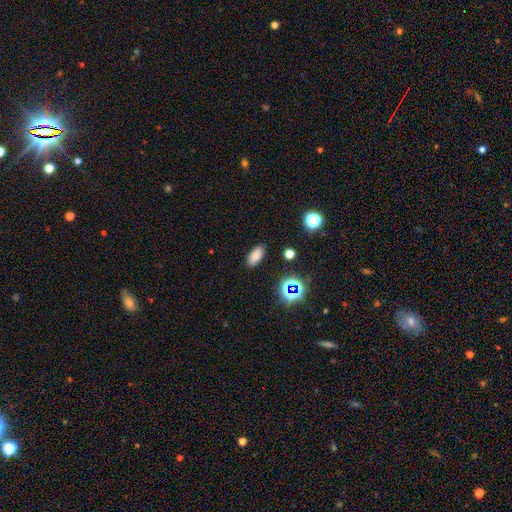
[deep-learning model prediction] Smooth or featured? smooth (79%)
How rounded? in between (87%)
Merging? none (87%)